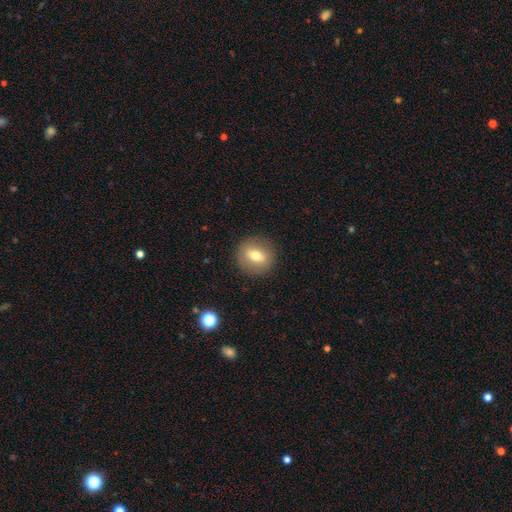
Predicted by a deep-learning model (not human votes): Q: Smooth or featured?
A: smooth (62%); runner-up: featured or disk (28%)
Q: How rounded?
A: round (83%); runner-up: in between (16%)
Q: Merging?
A: none (88%); runner-up: minor disturbance (8%)